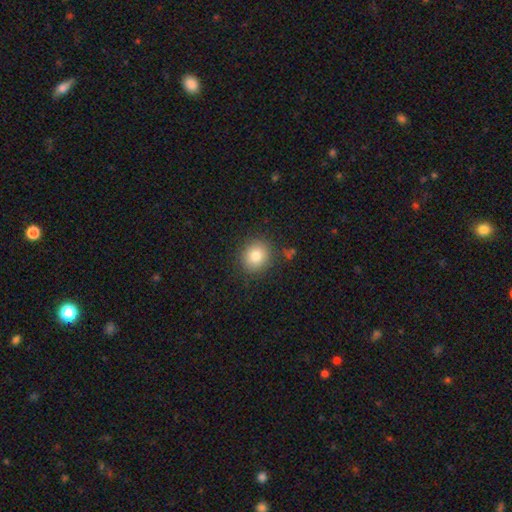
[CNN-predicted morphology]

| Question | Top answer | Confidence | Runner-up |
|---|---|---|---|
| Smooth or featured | smooth | 82% | star or artifact (10%) |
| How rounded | round | 82% | in between (17%) |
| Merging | none | 87% | minor disturbance (8%) |